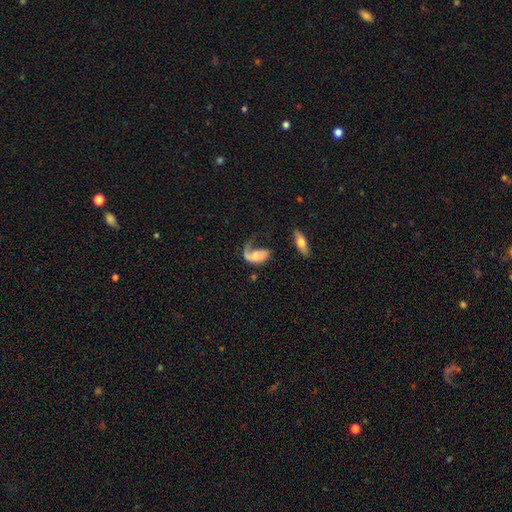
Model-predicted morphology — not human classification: This appears to be a featured or disk galaxy (62%) with no bar (69%), spiral arms (81%) and a small central bulge (45%). Merging: major disturbance (53%).